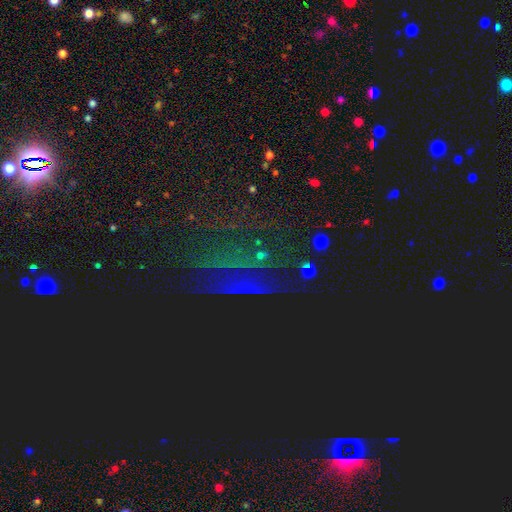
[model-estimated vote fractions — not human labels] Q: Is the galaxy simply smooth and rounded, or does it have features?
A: star or artifact — 73%.